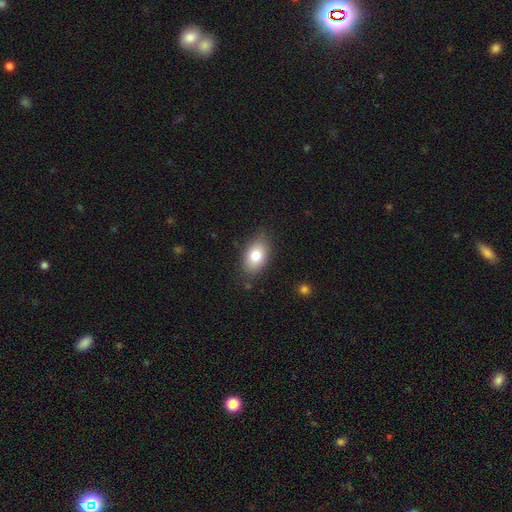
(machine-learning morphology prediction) This is likely a smooth galaxy (79%). How rounded: clearly in between (88%). Merging: clearly none (83%).